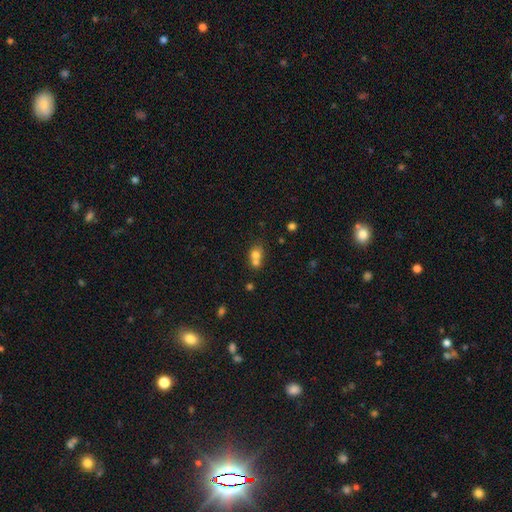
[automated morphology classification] smooth-or-featured: smooth: 71% | featured or disk: 16% | star or artifact: 13%
  how-rounded: round: 64% | in between: 34% | cigar-shaped: 1%
  merging: merger: 64% | none: 27% | minor disturbance: 6% | major disturbance: 3%